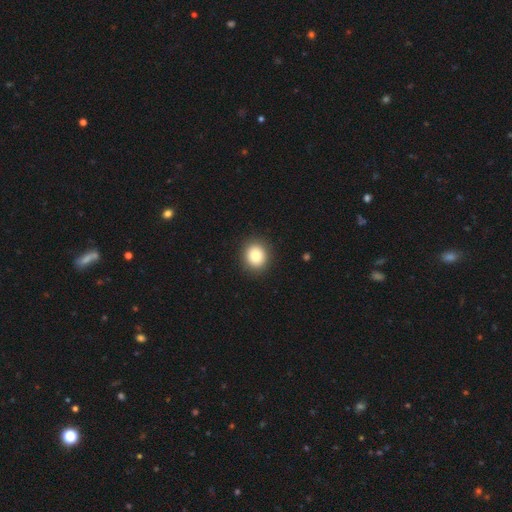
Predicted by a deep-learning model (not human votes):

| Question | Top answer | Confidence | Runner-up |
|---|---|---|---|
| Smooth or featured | smooth | 83% | star or artifact (9%) |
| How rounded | round | 80% | in between (19%) |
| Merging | none | 91% | minor disturbance (6%) |